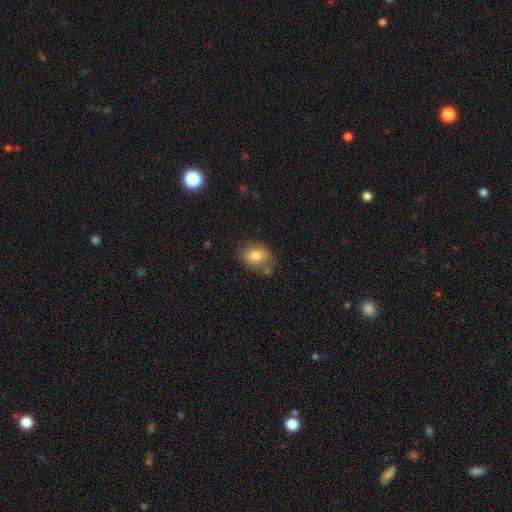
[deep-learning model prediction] A smooth galaxy with no disk features (79%) that is in between round and cigar-shaped (61%). Merging: none (69%).